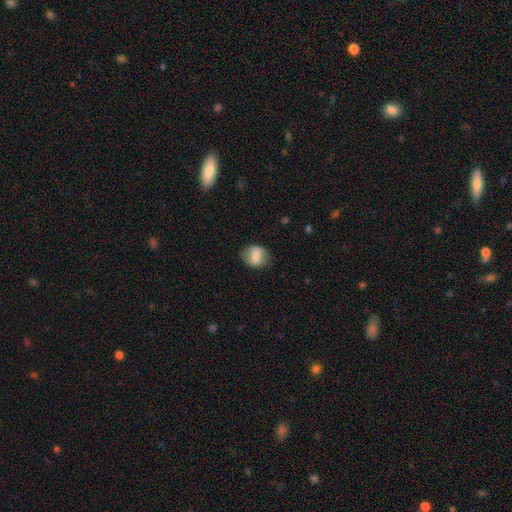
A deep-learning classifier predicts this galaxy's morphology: type=smooth (61%); roundness=in between (54%); merging=none (74%).